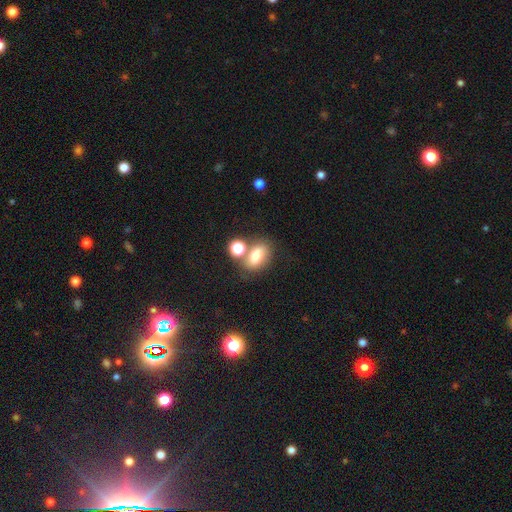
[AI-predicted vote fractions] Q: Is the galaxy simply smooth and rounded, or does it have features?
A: smooth — 72%.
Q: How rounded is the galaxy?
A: in between — 76%.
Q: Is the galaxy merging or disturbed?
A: none — 54%.